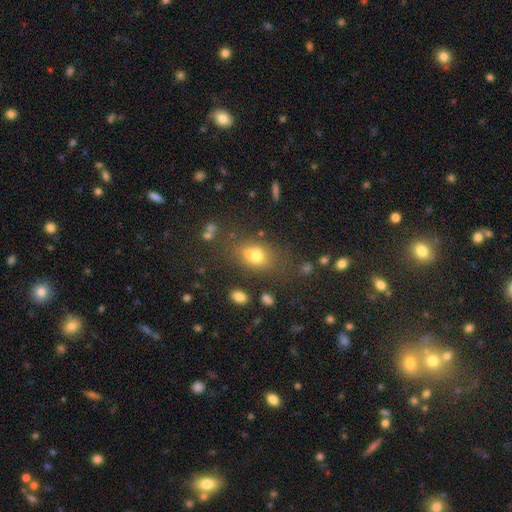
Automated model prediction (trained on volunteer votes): Overall: smooth (71%). How rounded: in between (64%; round 34%). Merging: none (68%).